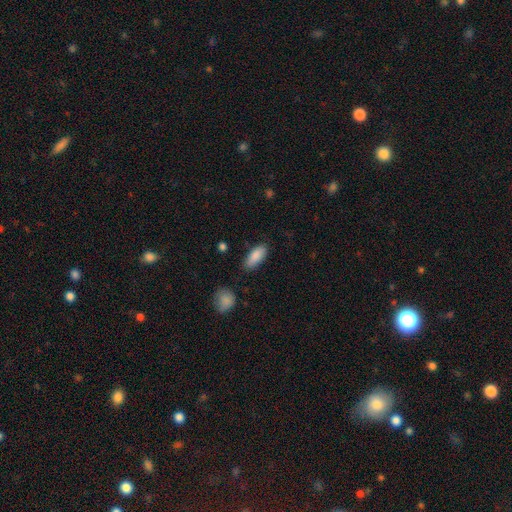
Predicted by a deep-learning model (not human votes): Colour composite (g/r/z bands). It shows a smooth galaxy with no disk features (88%) that is in between round and cigar-shaped (82%). Merging: none (80%).